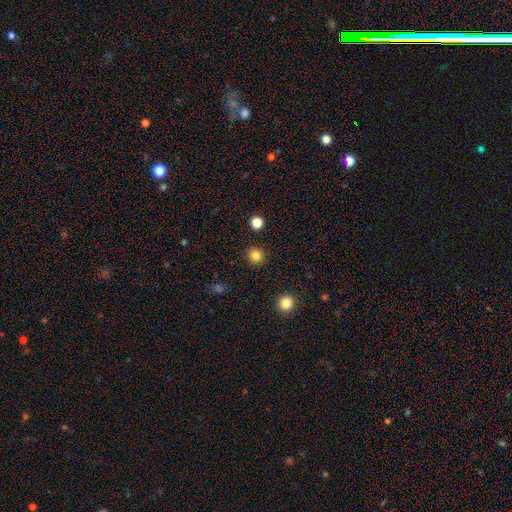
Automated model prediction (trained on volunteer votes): Smooth or featured: smooth — 83% (star or artifact — 13%)
How rounded: round — 91% (in between — 8%)
Merging: none — 91% (minor disturbance — 5%)